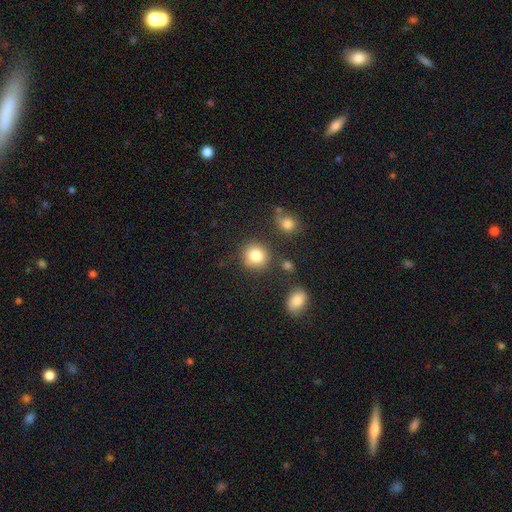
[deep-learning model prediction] This is clearly a smooth galaxy (83%). How rounded: clearly round (88%). Merging: clearly none (80%).